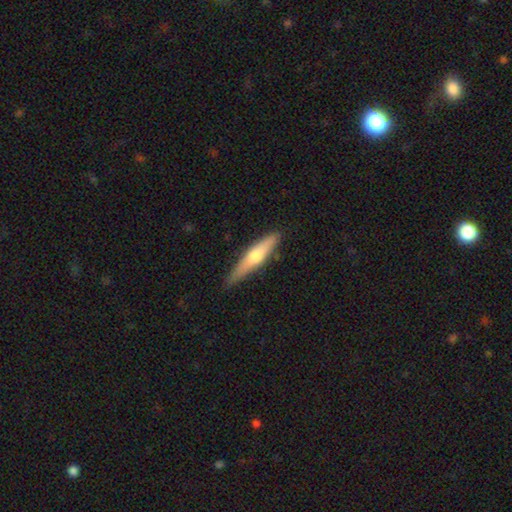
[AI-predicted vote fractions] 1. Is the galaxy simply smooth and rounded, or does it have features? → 48% smooth, 47% featured or disk, 5% star or artifact.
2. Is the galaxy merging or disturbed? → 82% none, 15% minor disturbance, 2% major disturbance, 1% merger.